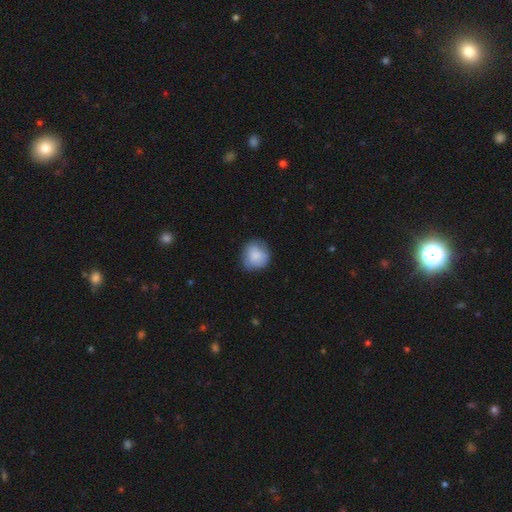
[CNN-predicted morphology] Smooth or featured? Predicted: smooth (p=0.84). How rounded? Predicted: round (p=0.84). Merging? Predicted: none (p=0.75).